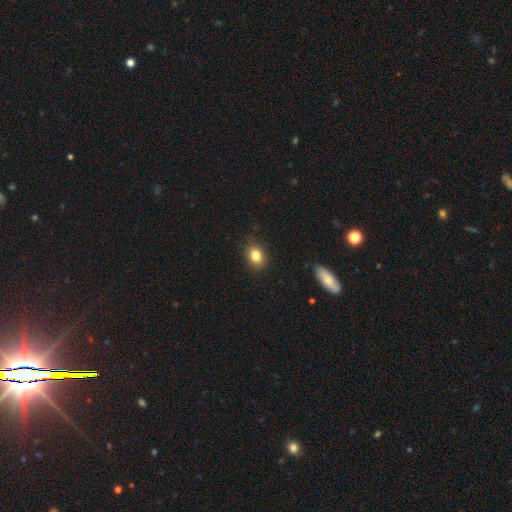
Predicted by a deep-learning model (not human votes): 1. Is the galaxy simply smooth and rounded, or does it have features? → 83% smooth, 10% star or artifact, 7% featured or disk.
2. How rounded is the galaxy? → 66% in between, 33% round, 2% cigar-shaped.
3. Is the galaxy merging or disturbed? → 84% none, 13% minor disturbance, 2% major disturbance, 1% merger.